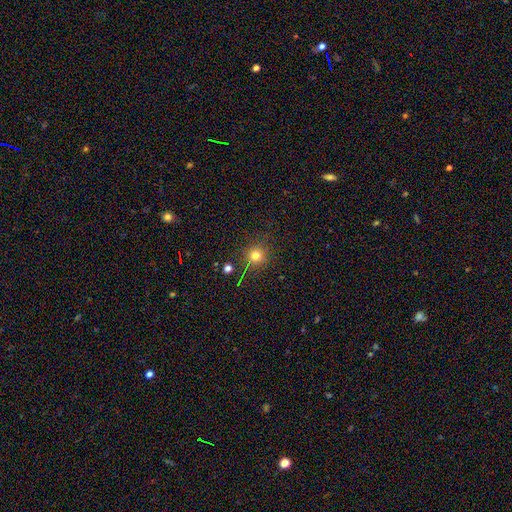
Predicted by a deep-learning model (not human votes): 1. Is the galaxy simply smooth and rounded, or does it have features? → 73% smooth, 19% star or artifact, 8% featured or disk.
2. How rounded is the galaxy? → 92% round, 7% in between, 1% cigar-shaped.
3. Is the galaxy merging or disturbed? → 85% none, 9% minor disturbance, 3% major disturbance, 3% merger.